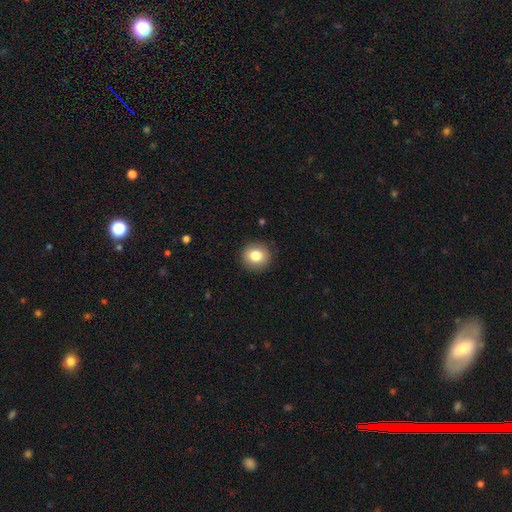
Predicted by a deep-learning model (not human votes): smooth 81%, featured or disk 9%, star or artifact 9%. Down the decision tree: how rounded — round (89%); merging — none (90%).